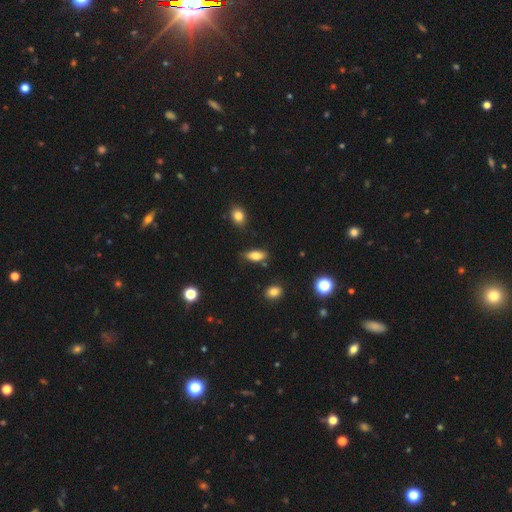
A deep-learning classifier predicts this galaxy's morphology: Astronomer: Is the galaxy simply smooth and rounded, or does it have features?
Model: smooth — 78%.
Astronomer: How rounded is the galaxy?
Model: in between — 83%.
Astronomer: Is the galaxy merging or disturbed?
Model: none — 77%.